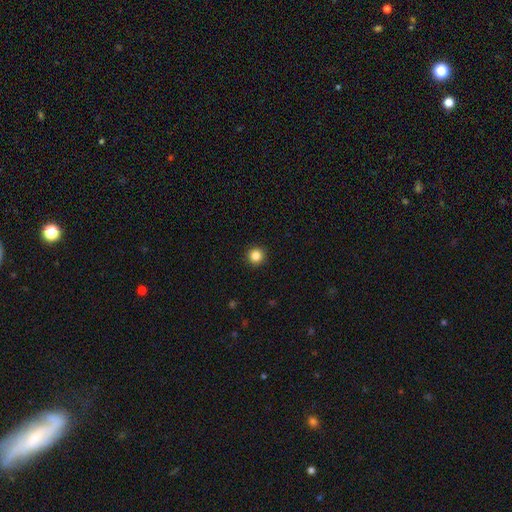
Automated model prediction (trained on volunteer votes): Smooth or featured?
  - smooth: 84% *
  - star or artifact: 11%
  - featured or disk: 4%
How rounded?
  - round: 95% *
  - in between: 4%
  - cigar-shaped: 1%
Merging?
  - none: 93% *
  - minor disturbance: 4%
  - major disturbance: 2%
  - merger: 1%